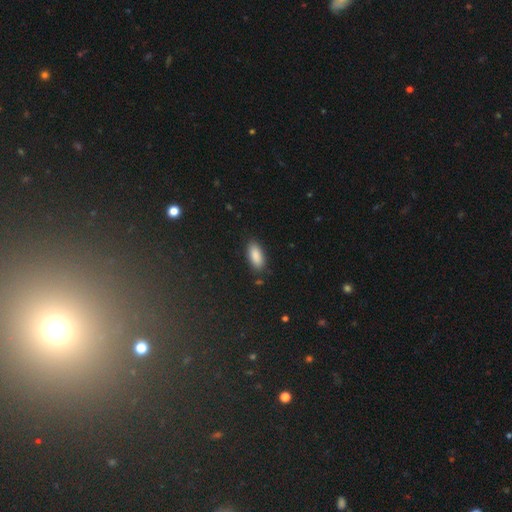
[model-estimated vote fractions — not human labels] Smooth or featured? Predicted: smooth (p=0.88). How rounded? Predicted: in between (p=0.87). Merging? Predicted: none (p=0.86).